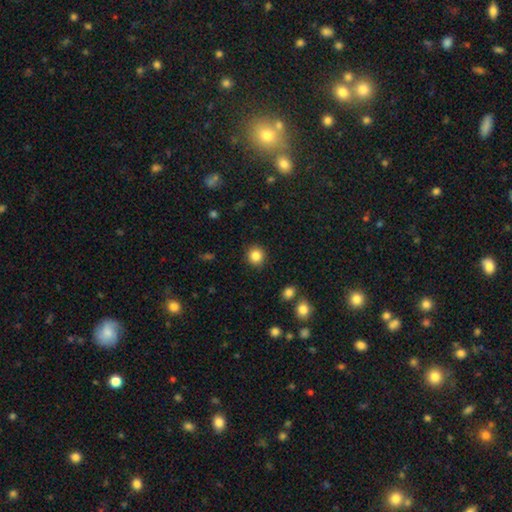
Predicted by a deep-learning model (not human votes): A smooth galaxy with no disk features (85%) that is round (91%). Merging: none (90%).